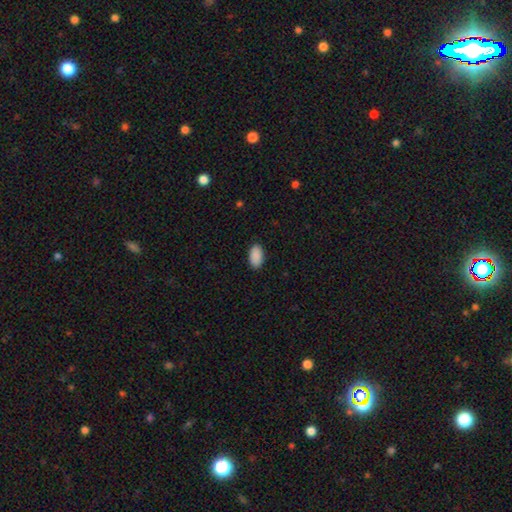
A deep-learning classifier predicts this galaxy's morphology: This appears to be a smooth galaxy with no disk features (90%) that is in between round and cigar-shaped (95%). Merging: none (88%).